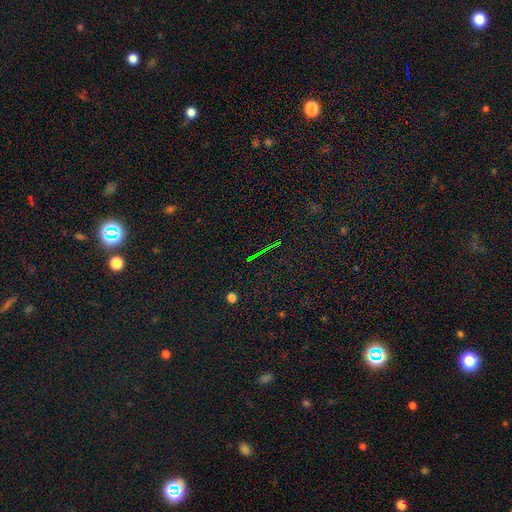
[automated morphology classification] star or artifact 72%, smooth 15%, featured or disk 13%.